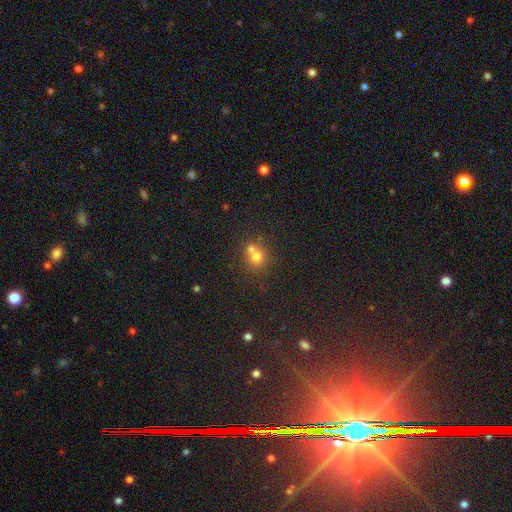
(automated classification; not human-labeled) Smooth or featured? smooth (70%)
How rounded? round (81%)
Merging? merger (48%)